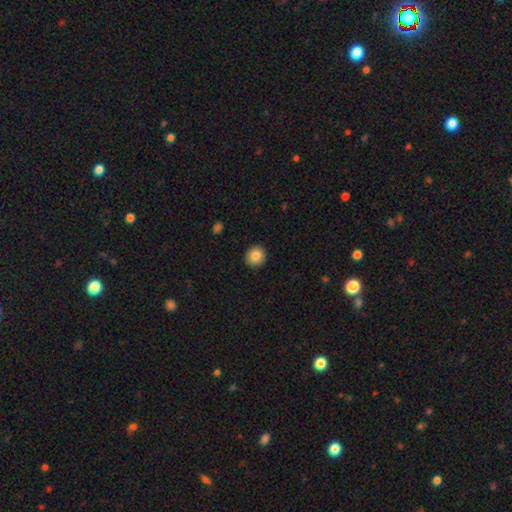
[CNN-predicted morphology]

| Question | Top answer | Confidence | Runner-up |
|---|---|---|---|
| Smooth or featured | smooth | 85% | star or artifact (9%) |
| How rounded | round | 89% | in between (10%) |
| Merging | none | 92% | minor disturbance (5%) |